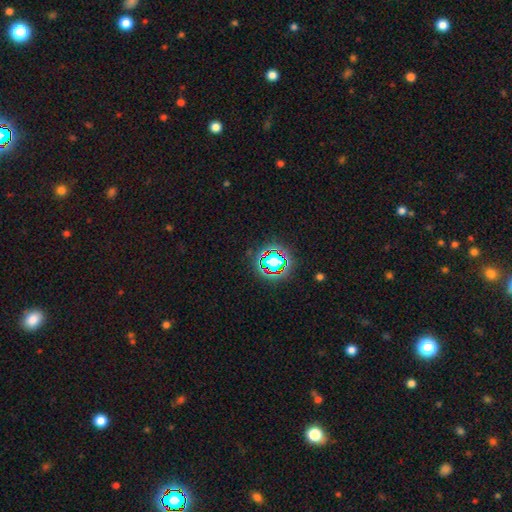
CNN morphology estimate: Smooth or featured? star or artifact (79%)